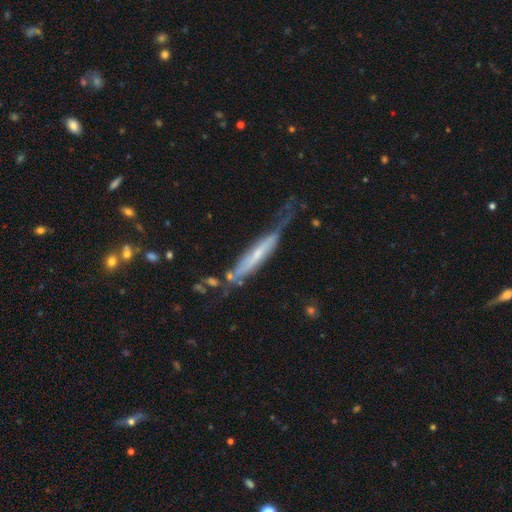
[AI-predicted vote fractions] This is possibly a featured or disk galaxy (60%). It is likely viewed edge-on (70%). Merging: marginally none (39%).